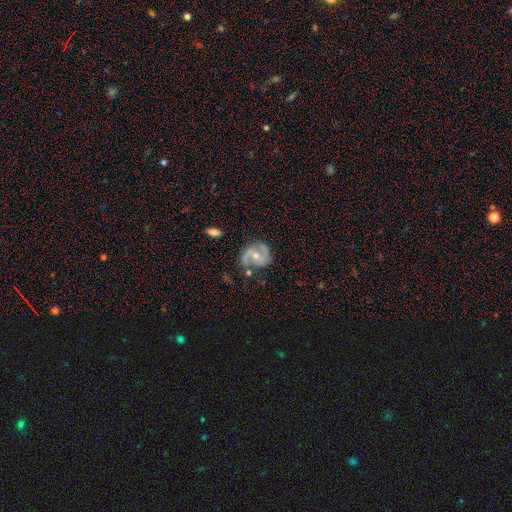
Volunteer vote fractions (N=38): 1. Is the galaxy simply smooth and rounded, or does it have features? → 79% featured or disk, 13% smooth, 8% star or artifact.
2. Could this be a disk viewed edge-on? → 97% no, 3% yes.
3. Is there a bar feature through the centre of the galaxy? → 41% weak, 31% no, 28% strong.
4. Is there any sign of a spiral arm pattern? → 100% yes, 0% no.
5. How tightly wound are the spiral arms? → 66% medium, 17% tight, 17% loose.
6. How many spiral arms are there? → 86% 2, 7% 3, 3% 1, 3% can't tell, 0% 4, 0% more than 4.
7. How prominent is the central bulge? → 62% moderate, 38% small, 0% dominant, 0% large, 0% none.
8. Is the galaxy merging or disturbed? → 54% none, 29% minor disturbance, 9% major disturbance, 9% merger.